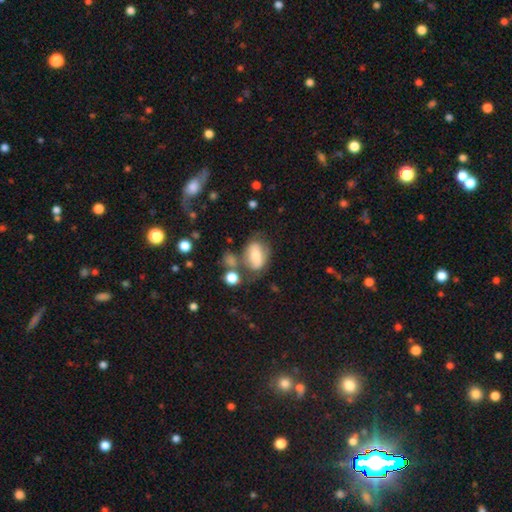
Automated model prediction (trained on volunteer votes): smooth-or-featured: smooth: 61% | featured or disk: 30% | star or artifact: 9%
  how-rounded: in between: 81% | round: 17% | cigar-shaped: 2%
  merging: none: 47% | minor disturbance: 22% | merger: 17% | major disturbance: 14%